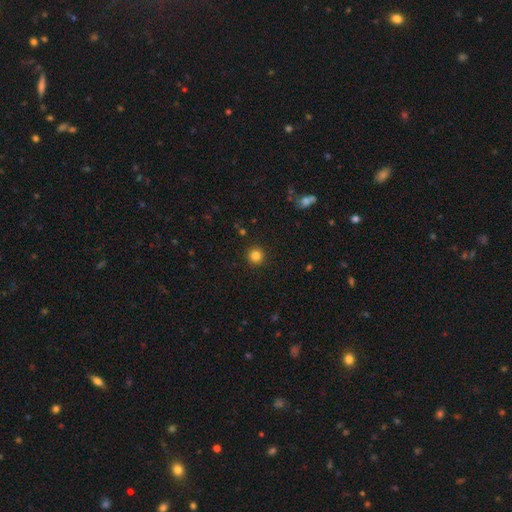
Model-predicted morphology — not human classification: A smooth galaxy with no disk features (84%) that is round (95%).

Vote fractions:
- Smooth or featured? smooth: 84% / star or artifact: 12% / featured or disk: 4%
- How rounded? round: 95% / in between: 4% / cigar-shaped: 1%
- Merging? none: 92% / minor disturbance: 5% / major disturbance: 2% / merger: 1%